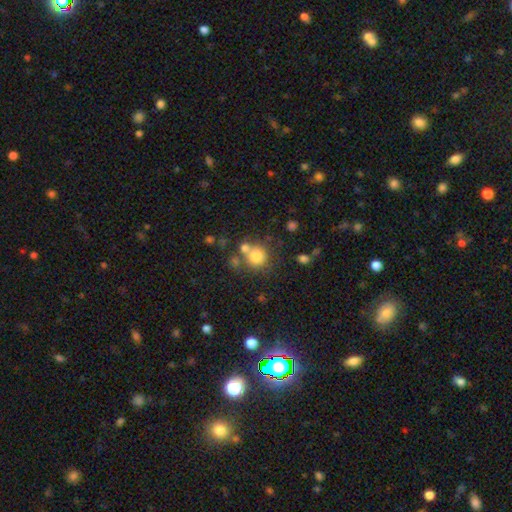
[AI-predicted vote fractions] Overall: smooth (78%). How rounded: round (89%). Merging: none (59%; merger 25%).